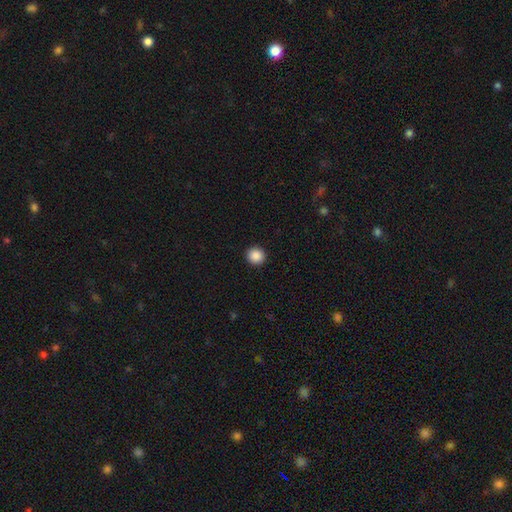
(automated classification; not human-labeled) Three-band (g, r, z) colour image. It shows a smooth galaxy with no disk features (88%) that is round (93%). Merging: none (93%).